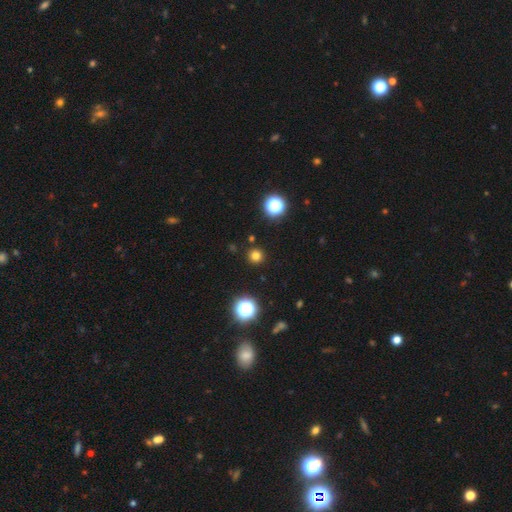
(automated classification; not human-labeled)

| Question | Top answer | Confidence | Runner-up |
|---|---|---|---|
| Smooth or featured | smooth | 78% | star or artifact (18%) |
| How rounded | round | 95% | in between (4%) |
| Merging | none | 92% | minor disturbance (5%) |